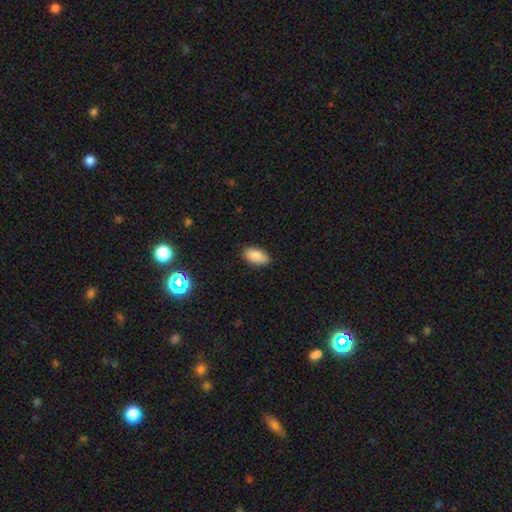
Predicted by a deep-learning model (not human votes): Overall: smooth (86%). How rounded: in between (92%). Merging: none (86%).